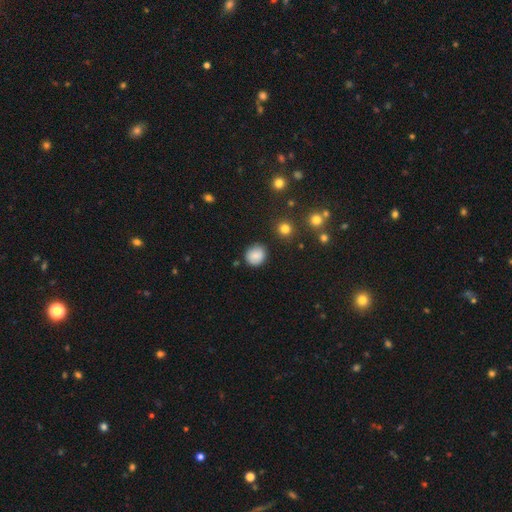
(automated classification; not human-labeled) Smooth or featured?
  - smooth: 85% *
  - star or artifact: 9%
  - featured or disk: 6%
How rounded?
  - round: 79% *
  - in between: 20%
  - cigar-shaped: 1%
Merging?
  - none: 84% *
  - minor disturbance: 11%
  - major disturbance: 3%
  - merger: 2%